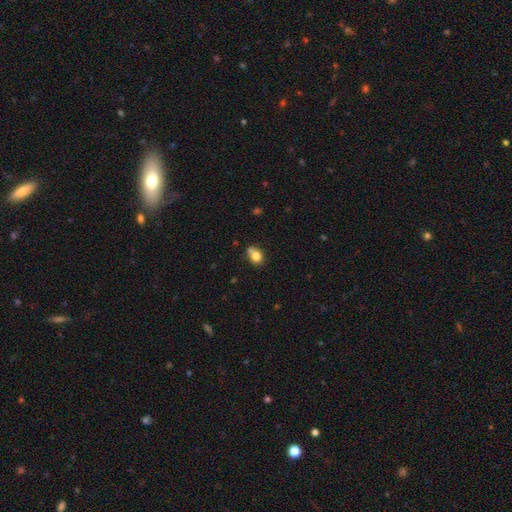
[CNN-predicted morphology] smooth-or-featured: smooth: 79% | featured or disk: 11% | star or artifact: 10%
  how-rounded: in between: 54% | round: 45% | cigar-shaped: 1%
  merging: none: 53% | minor disturbance: 24% | merger: 16% | major disturbance: 7%